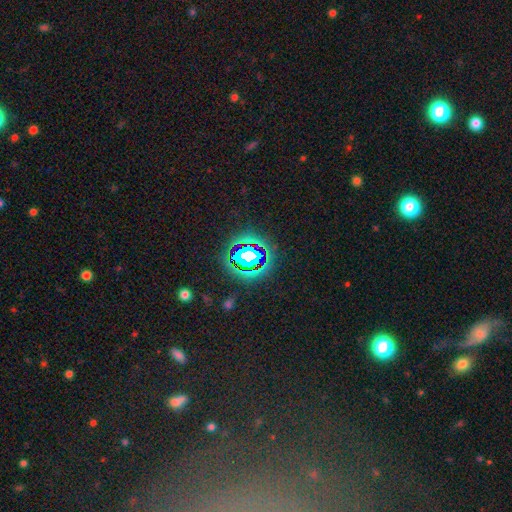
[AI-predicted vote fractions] Smooth or featured? star or artifact (77%)